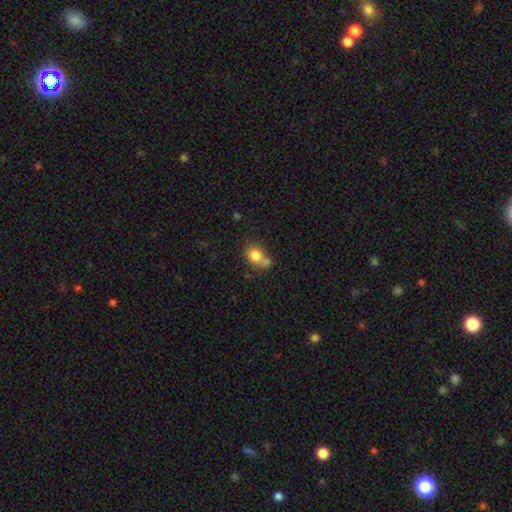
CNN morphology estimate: smooth_or_featured: smooth (p=0.79) [alt: featured or disk p=0.12]
how_rounded: in between (p=0.52) [alt: round p=0.47]
merging: merger (p=0.42) [alt: none p=0.37]